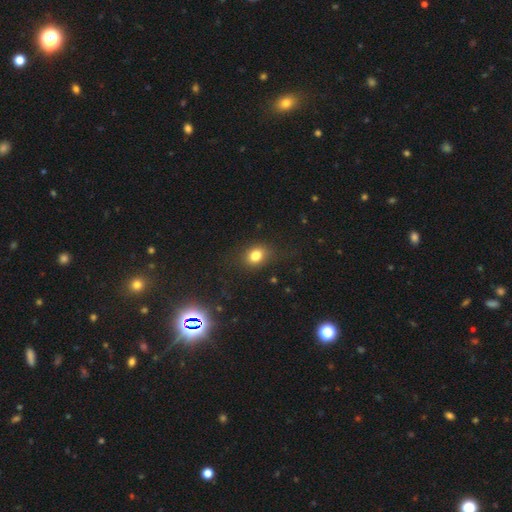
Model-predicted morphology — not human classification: A smooth galaxy with no disk features (79%) that is in between round and cigar-shaped (53%). Merging: none (81%).